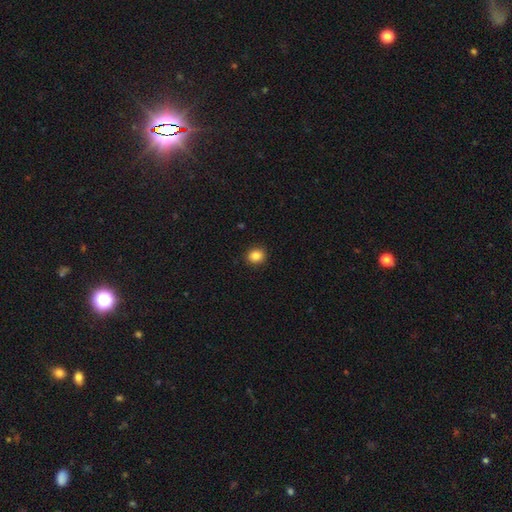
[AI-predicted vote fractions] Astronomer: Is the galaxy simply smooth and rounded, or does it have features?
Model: smooth — 86%.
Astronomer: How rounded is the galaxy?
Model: round — 78%.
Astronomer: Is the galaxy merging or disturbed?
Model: none — 91%.